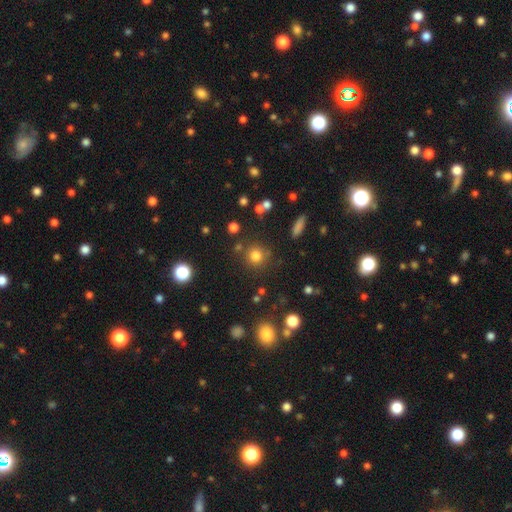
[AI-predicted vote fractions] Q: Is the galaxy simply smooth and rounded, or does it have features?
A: smooth — 77%.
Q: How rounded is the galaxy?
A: round — 91%.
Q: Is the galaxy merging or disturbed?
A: none — 80%.